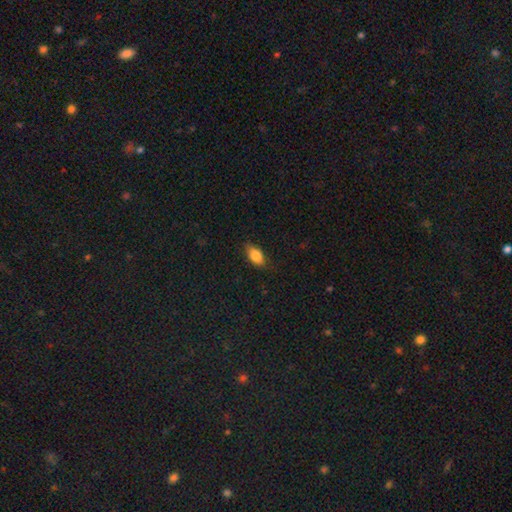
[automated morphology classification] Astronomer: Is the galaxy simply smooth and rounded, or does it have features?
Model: smooth — 83%.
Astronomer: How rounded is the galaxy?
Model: in between — 88%.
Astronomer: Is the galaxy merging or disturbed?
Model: none — 82%.